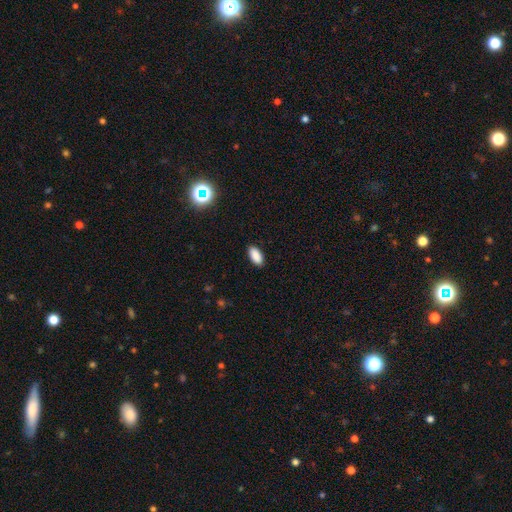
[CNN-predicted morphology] The model was most divided on "merging": none: 89%, minor disturbance: 8%, major disturbance: 2%, merger: 1%. More confident: how rounded — in between (91%); smooth or featured — smooth (89%).